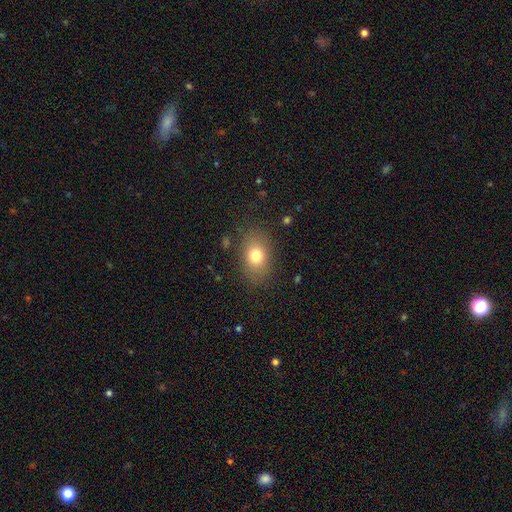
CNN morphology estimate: Overall: smooth (78%). How rounded: in between (72%). Merging: none (82%).